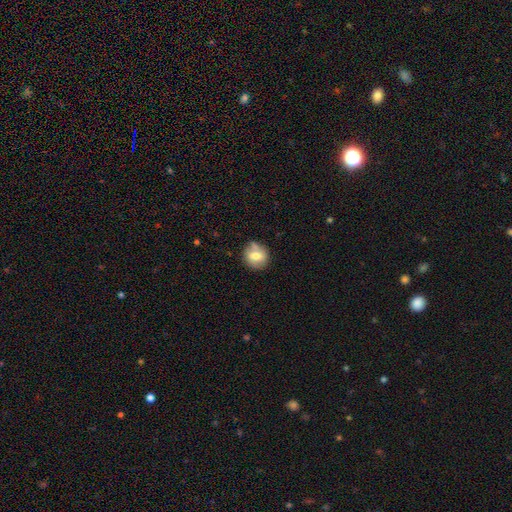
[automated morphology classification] type=smooth (68%); roundness=round (81%); merging=none (69%).